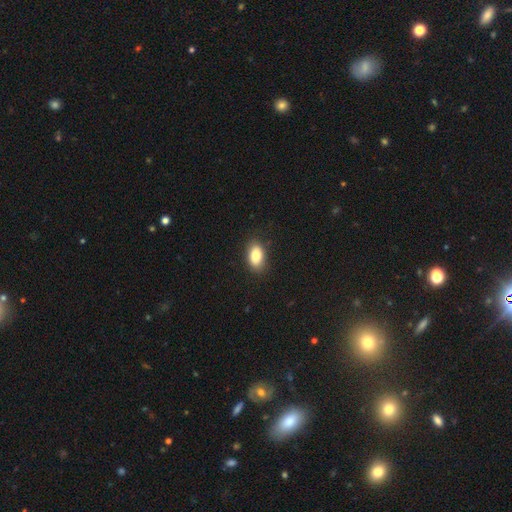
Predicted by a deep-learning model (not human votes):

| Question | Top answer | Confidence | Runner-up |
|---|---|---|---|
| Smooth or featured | smooth | 85% | star or artifact (8%) |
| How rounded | in between | 90% | round (8%) |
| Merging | none | 86% | minor disturbance (10%) |